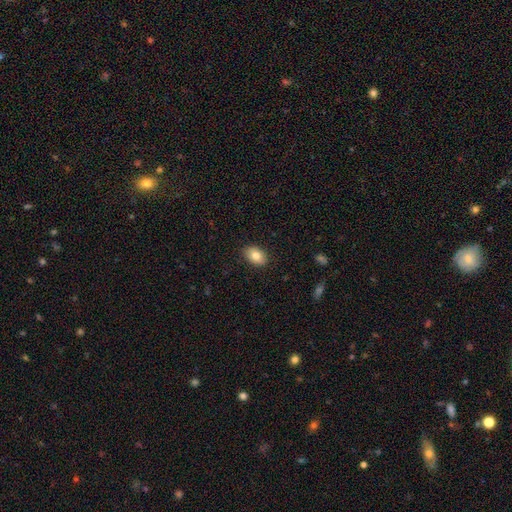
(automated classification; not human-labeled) The model was most divided on "how rounded": in between: 84%, round: 15%, cigar-shaped: 1%. More confident: merging — none (89%); smooth or featured — smooth (81%).